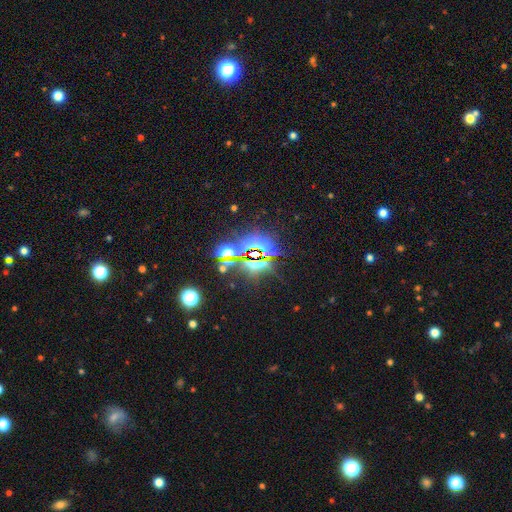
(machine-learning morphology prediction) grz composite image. It shows a star or artifact, not a galaxy (82%).